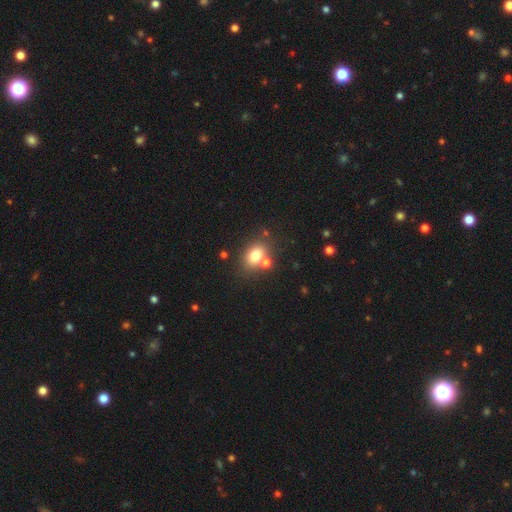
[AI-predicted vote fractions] smooth-or-featured: smooth: 76% | featured or disk: 12% | star or artifact: 12%
  how-rounded: in between: 67% | round: 32% | cigar-shaped: 1%
  merging: none: 60% | merger: 24% | minor disturbance: 12% | major disturbance: 4%